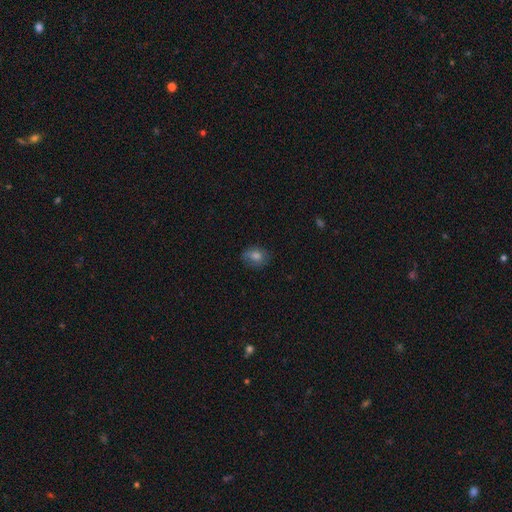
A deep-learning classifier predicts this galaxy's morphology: This is likely a smooth galaxy (72%). How rounded: possibly in between (55%). Merging: likely none (73%).